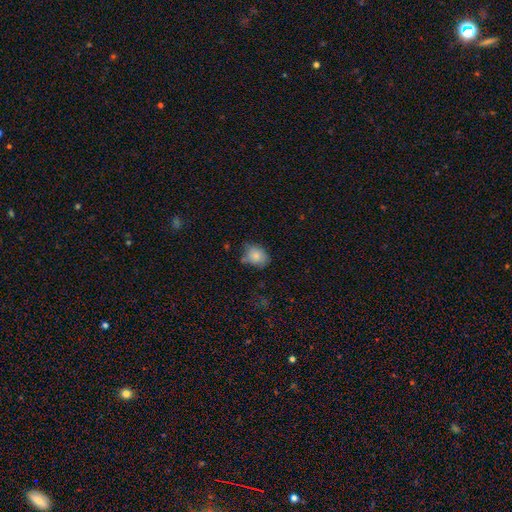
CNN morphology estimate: The model was most divided on "how rounded": round: 50%, in between: 49%, cigar-shaped: 1%. More confident: smooth or featured — smooth (82%); merging — none (60%).